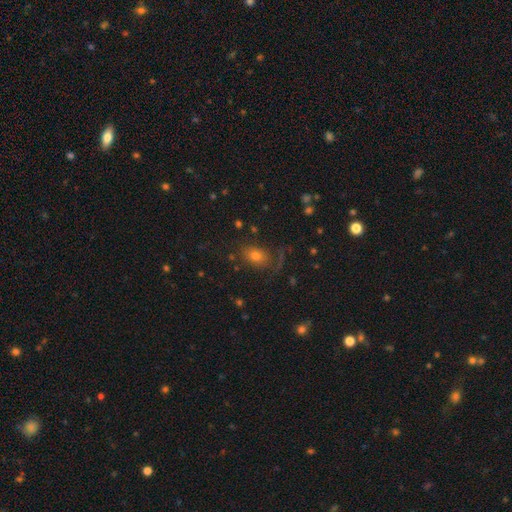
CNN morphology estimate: Smooth or featured: smooth — 66% (star or artifact — 19%)
How rounded: in between — 68% (round — 30%)
Merging: none — 70% (minor disturbance — 16%)